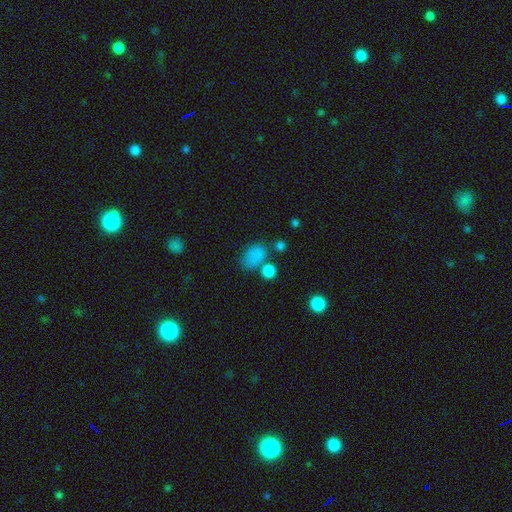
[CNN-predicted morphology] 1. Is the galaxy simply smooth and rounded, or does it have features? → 80% smooth, 14% star or artifact, 7% featured or disk.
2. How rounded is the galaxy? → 74% in between, 25% round, 2% cigar-shaped.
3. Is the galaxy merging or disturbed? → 53% none, 21% minor disturbance, 16% merger, 10% major disturbance.